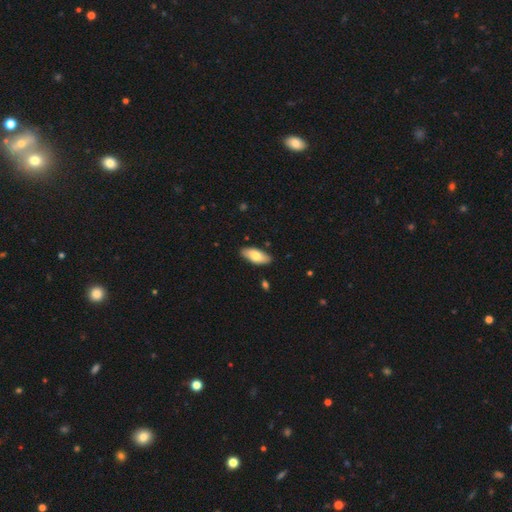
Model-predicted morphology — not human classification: smooth 75%, featured or disk 19%, star or artifact 6%. Down the decision tree: how rounded — in between (85%); merging — none (87%).